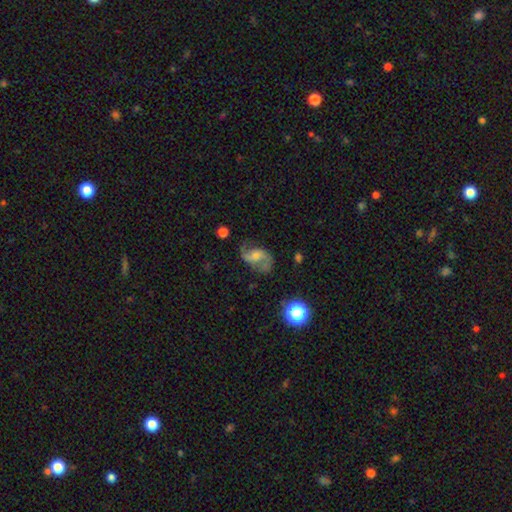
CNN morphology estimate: featured or disk 77%, smooth 15%, star or artifact 9%. Down the decision tree: edge-on disk — no (97%); bar — no (45%); spiral arms — yes (94%); spiral arm count — 2 (90%); spiral winding — loose (59%); bulge size — moderate (45%); merging — none (66%).